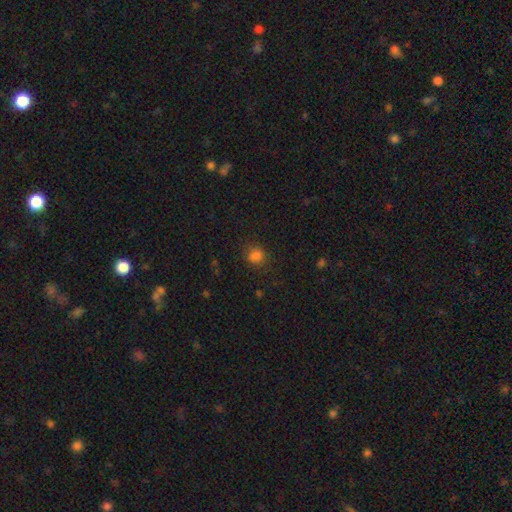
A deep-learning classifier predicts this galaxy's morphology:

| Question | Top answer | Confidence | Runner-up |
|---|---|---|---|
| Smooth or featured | smooth | 80% | star or artifact (15%) |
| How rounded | round | 67% | in between (32%) |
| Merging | none | 74% | minor disturbance (17%) |